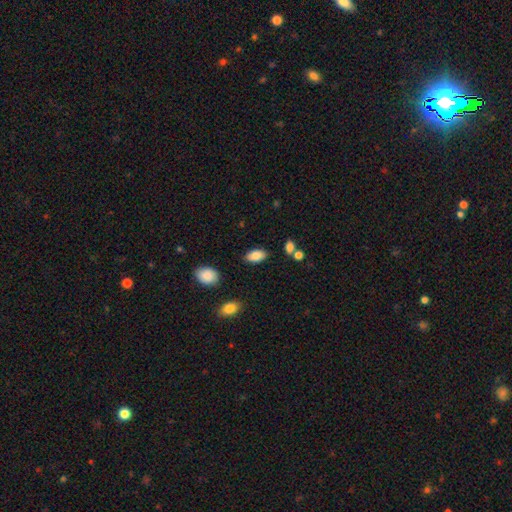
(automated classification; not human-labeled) Smooth or featured? Predicted: smooth (p=0.86). How rounded? Predicted: in between (p=0.93). Merging? Predicted: none (p=0.83).